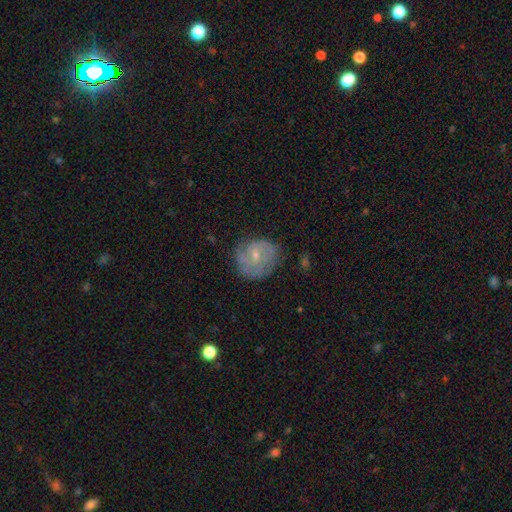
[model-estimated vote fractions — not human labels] smooth_or_featured: featured or disk (p=0.64) [alt: smooth p=0.28]
disk_edge_on: no (p=0.97) [alt: yes p=0.03]
bar: no (p=0.58) [alt: weak p=0.37]
has_spiral_arms: yes (p=0.83) [alt: no p=0.17]
spiral_winding: tight (p=0.47) [alt: medium p=0.38]
spiral_arm_count: can't tell (p=0.36) [alt: 2 p=0.35]
bulge_size: small (p=0.65) [alt: moderate p=0.30]
merging: none (p=0.67) [alt: minor disturbance p=0.22]